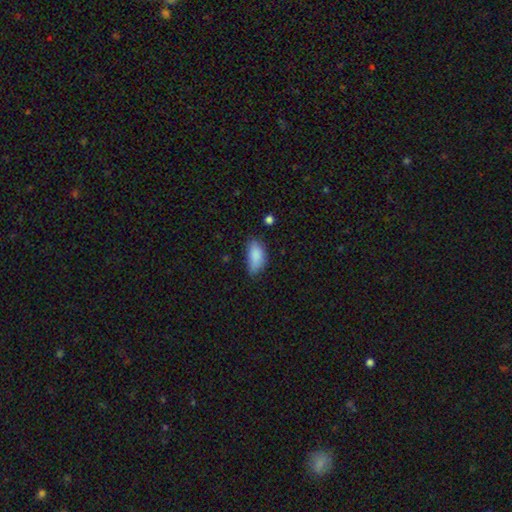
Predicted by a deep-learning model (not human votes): Smooth or featured: smooth — 85% (star or artifact — 8%)
How rounded: in between — 91% (cigar-shaped — 5%)
Merging: none — 56% (minor disturbance — 33%)